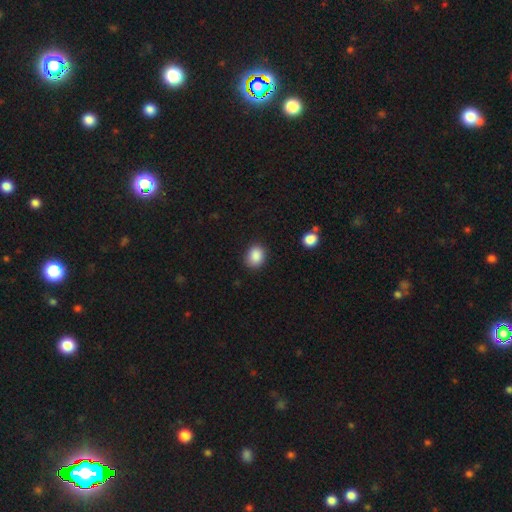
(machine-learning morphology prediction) Smooth or featured?
  - smooth: 88% *
  - star or artifact: 9%
  - featured or disk: 4%
How rounded?
  - round: 56% *
  - in between: 43%
  - cigar-shaped: 1%
Merging?
  - none: 84% *
  - minor disturbance: 12%
  - major disturbance: 3%
  - merger: 2%